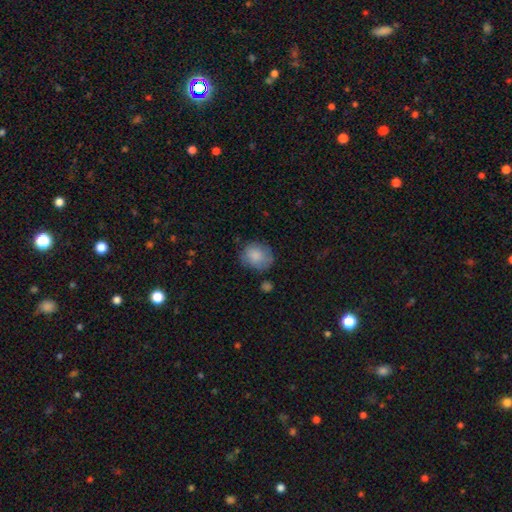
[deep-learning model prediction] A smooth galaxy with no disk features (82%) that is round (75%).

Vote fractions:
- Smooth or featured? smooth: 82% / featured or disk: 11% / star or artifact: 7%
- How rounded? round: 75% / in between: 24% / cigar-shaped: 1%
- Merging? none: 69% / minor disturbance: 22% / major disturbance: 6% / merger: 3%